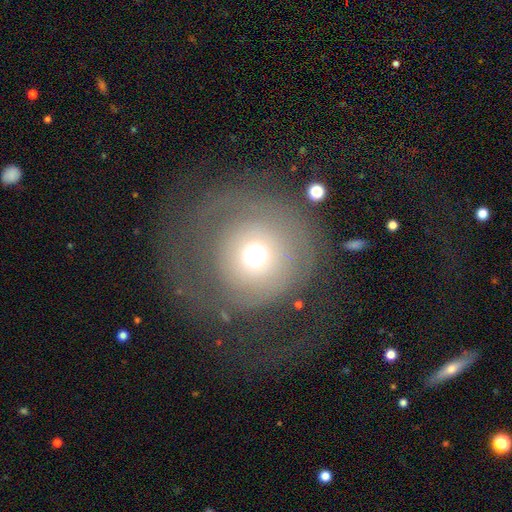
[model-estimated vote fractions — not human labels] Overall: smooth (51%; featured or disk 35%). How rounded: round (92%). Merging: none (52%; major disturbance 30%).